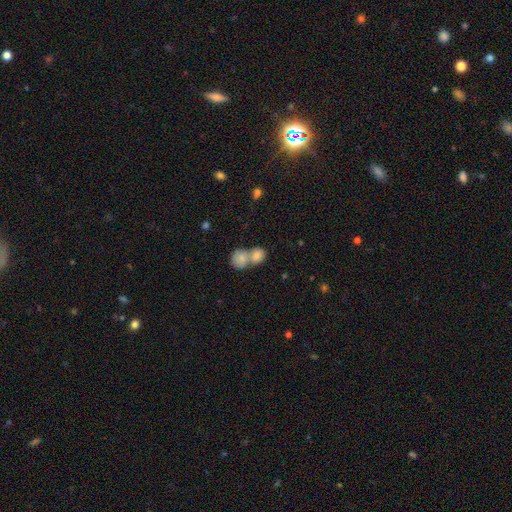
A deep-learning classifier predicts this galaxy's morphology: This appears to be a smooth galaxy with no disk features (74%) that is round (66%). Merging: merger (63%).